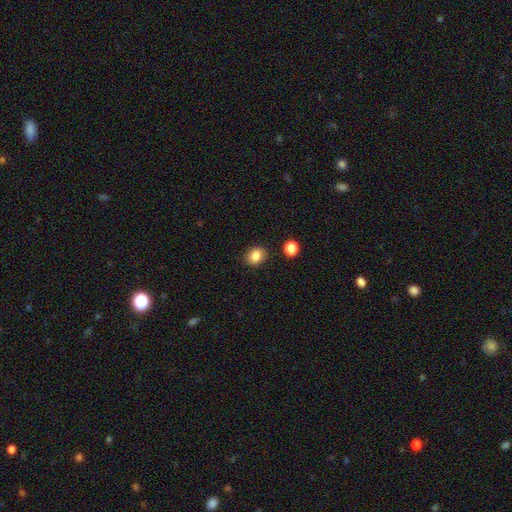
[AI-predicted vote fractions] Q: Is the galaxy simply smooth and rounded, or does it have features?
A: smooth — 85%.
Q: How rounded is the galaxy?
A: round — 59%.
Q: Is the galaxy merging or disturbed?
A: none — 87%.